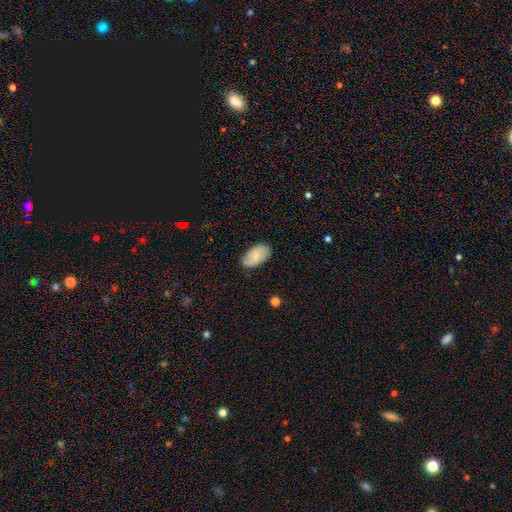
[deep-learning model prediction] smooth 71%, featured or disk 22%, star or artifact 7%. Down the decision tree: how rounded — in between (95%); merging — none (81%).